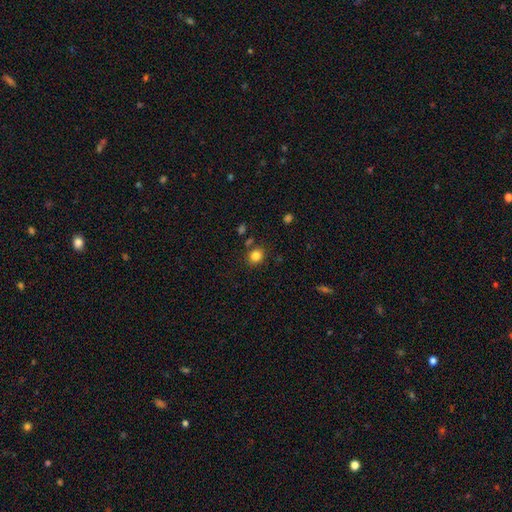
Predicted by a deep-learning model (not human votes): Morphology: type=smooth (83%); roundness=round (70%); merging=none (82%).